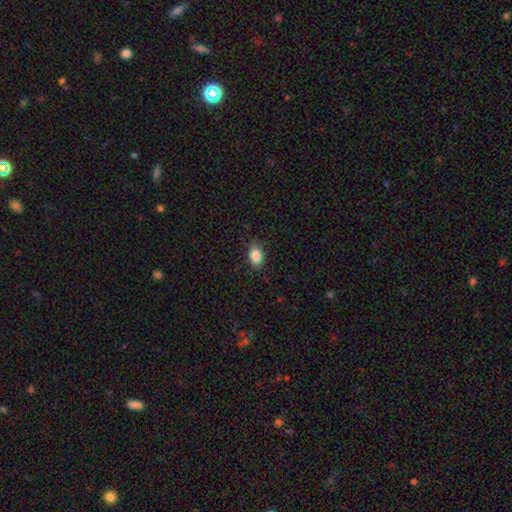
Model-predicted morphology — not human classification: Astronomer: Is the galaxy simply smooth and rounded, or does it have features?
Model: smooth — 85%.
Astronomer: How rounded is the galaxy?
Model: in between — 87%.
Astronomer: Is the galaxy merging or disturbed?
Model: none — 85%.